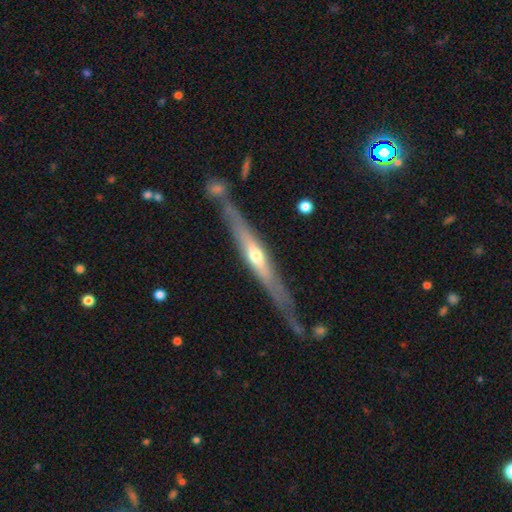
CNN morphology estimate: A featured or disk galaxy (71%) viewed edge-on (92%) with a rounded central bulge (77%).

Vote fractions:
- Smooth or featured? featured or disk: 71% / smooth: 24% / star or artifact: 5%
- Edge-on disk? yes: 92% / no: 8%
- Edge-on bulge? rounded: 77% / none: 18% / boxy: 5%
- Merging? none: 71% / minor disturbance: 18% / merger: 6% / major disturbance: 5%